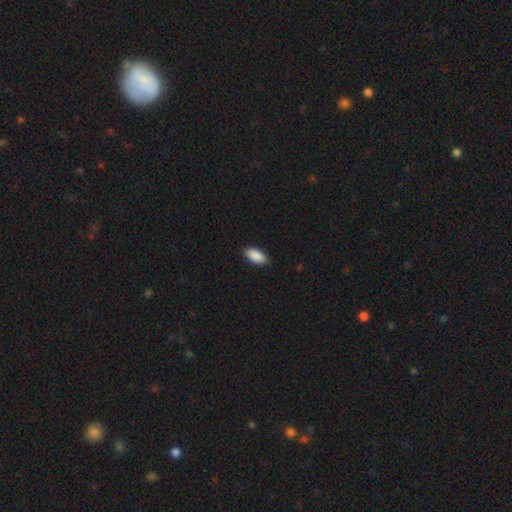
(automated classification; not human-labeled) Smooth or featured?
  - smooth: 90% *
  - star or artifact: 6%
  - featured or disk: 4%
How rounded?
  - in between: 91% *
  - cigar-shaped: 7%
  - round: 2%
Merging?
  - none: 87% *
  - minor disturbance: 10%
  - major disturbance: 2%
  - merger: 1%